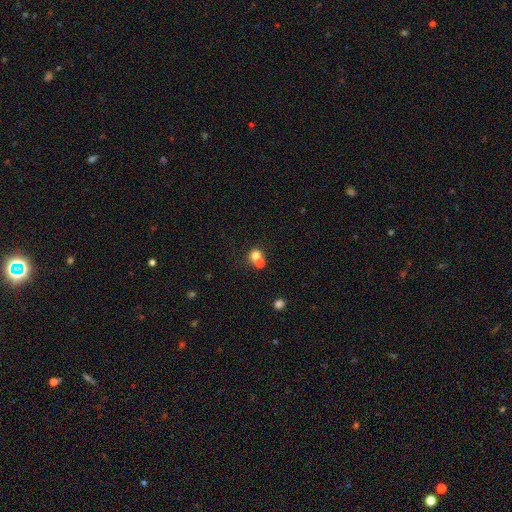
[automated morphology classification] smooth-or-featured: smooth: 73% | featured or disk: 14% | star or artifact: 13%
  how-rounded: round: 83% | in between: 16% | cigar-shaped: 1%
  merging: merger: 54% | none: 37% | minor disturbance: 6% | major disturbance: 3%